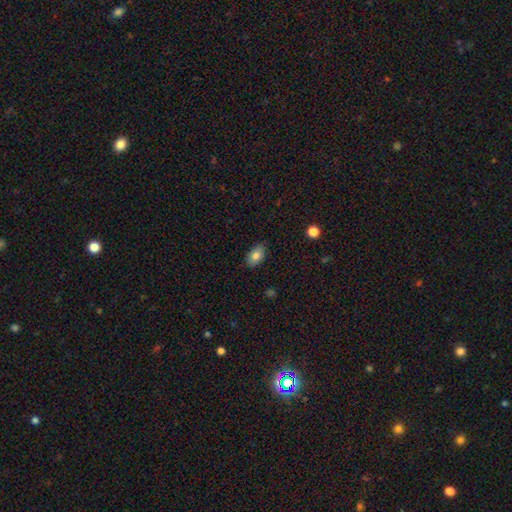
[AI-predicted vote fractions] Smooth or featured: smooth — 81% (featured or disk — 12%)
How rounded: in between — 91% (round — 6%)
Merging: none — 85% (minor disturbance — 12%)